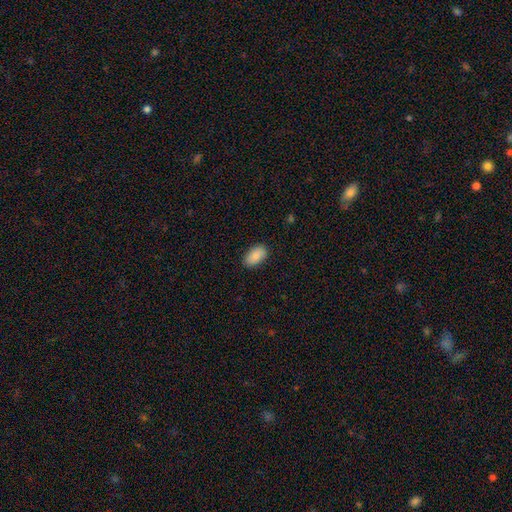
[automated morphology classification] Smooth or featured? smooth (89%)
How rounded? in between (95%)
Merging? none (87%)